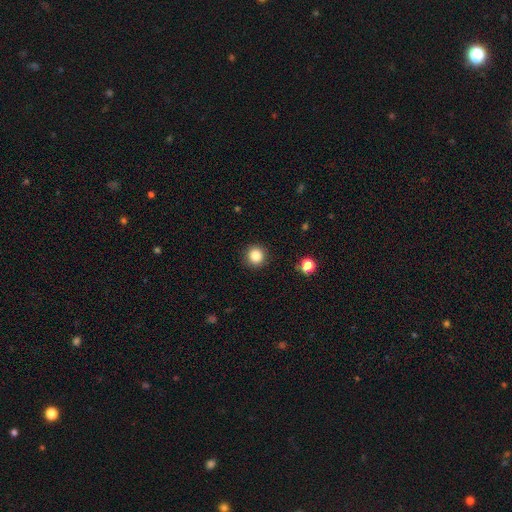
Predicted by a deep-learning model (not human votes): Overall: smooth (84%). How rounded: round (95%). Merging: none (92%).